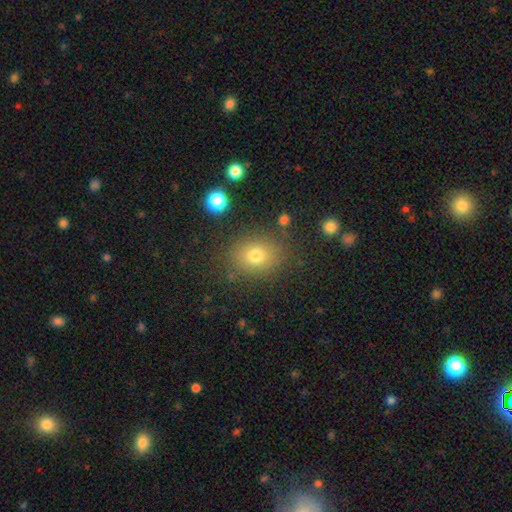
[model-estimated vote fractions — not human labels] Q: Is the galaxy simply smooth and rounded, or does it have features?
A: smooth — 74%.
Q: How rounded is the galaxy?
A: round — 59%.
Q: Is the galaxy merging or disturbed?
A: none — 83%.